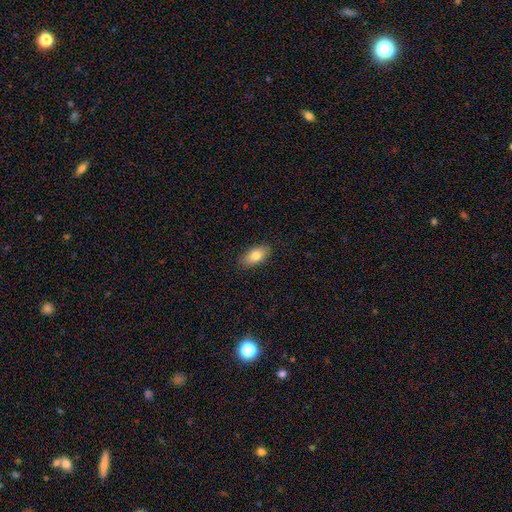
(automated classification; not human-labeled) smooth_or_featured: smooth (p=0.79) [alt: featured or disk p=0.14]
how_rounded: in between (p=0.91) [alt: cigar-shaped p=0.05]
merging: none (p=0.87) [alt: minor disturbance p=0.10]